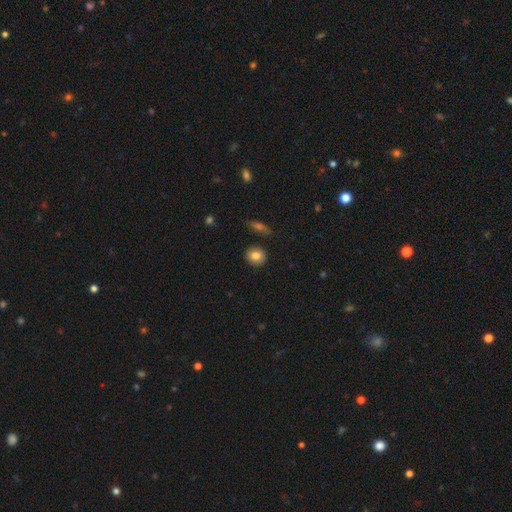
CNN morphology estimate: Overall: smooth (82%). How rounded: round (81%). Merging: none (88%).